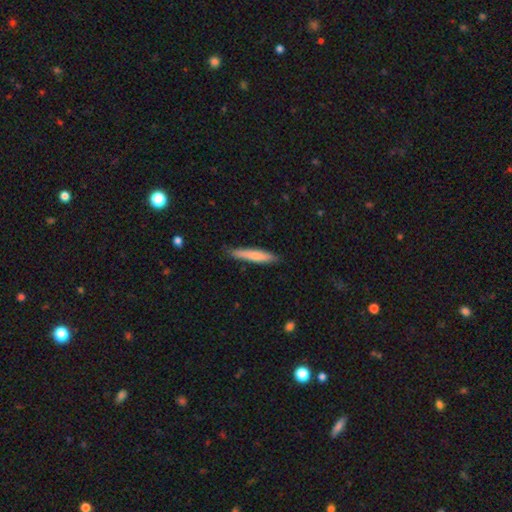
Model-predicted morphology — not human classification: A smooth galaxy with no disk features (75%) that is cigar-shaped (91%).

Vote fractions:
- Smooth or featured? smooth: 75% / featured or disk: 20% / star or artifact: 6%
- How rounded? cigar-shaped: 91% / in between: 8% / round: 1%
- Merging? none: 83% / minor disturbance: 14% / major disturbance: 2% / merger: 1%